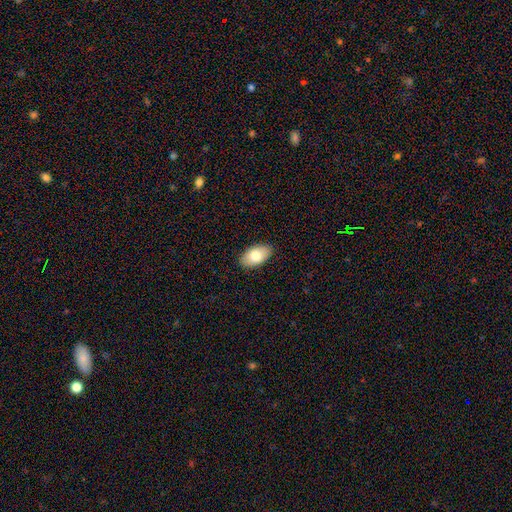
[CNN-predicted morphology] smooth 79%, featured or disk 14%, star or artifact 6%. Down the decision tree: how rounded — in between (95%); merging — none (89%).